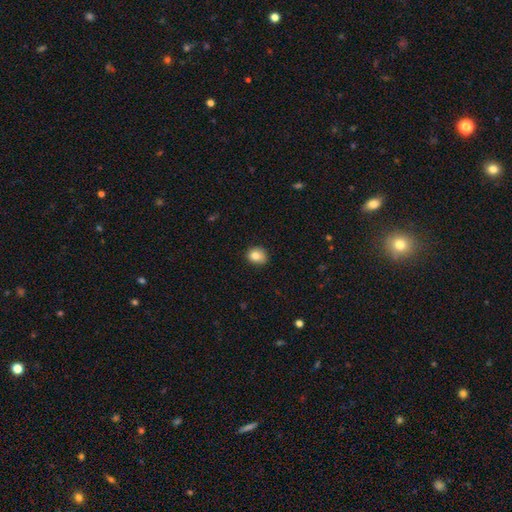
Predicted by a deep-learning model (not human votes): A smooth galaxy with no disk features (83%) that is round (69%).

Vote fractions:
- Smooth or featured? smooth: 83% / star or artifact: 10% / featured or disk: 7%
- How rounded? round: 69% / in between: 30% / cigar-shaped: 1%
- Merging? none: 80% / minor disturbance: 17% / major disturbance: 3% / merger: 1%